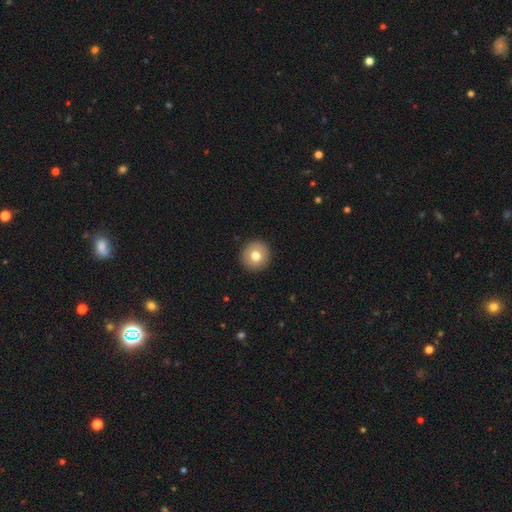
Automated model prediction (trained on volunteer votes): This appears to be a smooth galaxy with no disk features (77%) that is round (95%). Merging: none (93%).